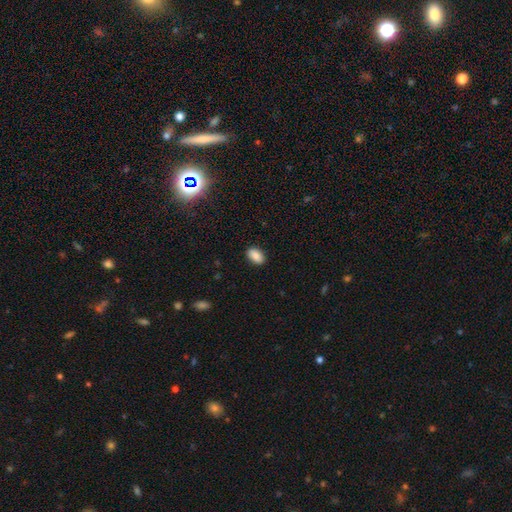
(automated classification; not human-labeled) A smooth galaxy with no disk features (85%) that is in between round and cigar-shaped (91%). Merging: none (88%).